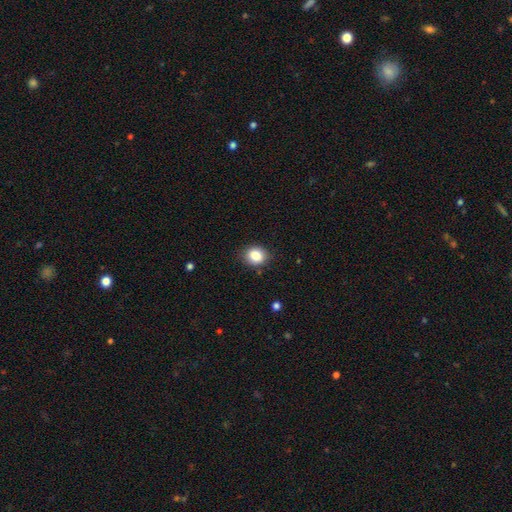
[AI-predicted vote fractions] A smooth galaxy with no disk features (85%) that is round (66%). Merging: none (85%).